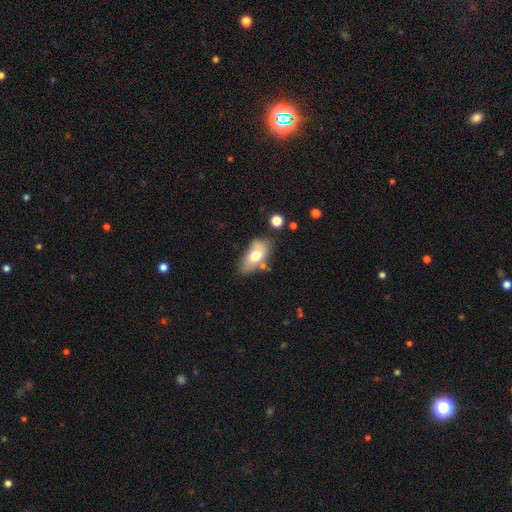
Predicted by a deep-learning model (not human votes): Morphology: type=smooth (68%); roundness=in between (90%); merging=none (61%).